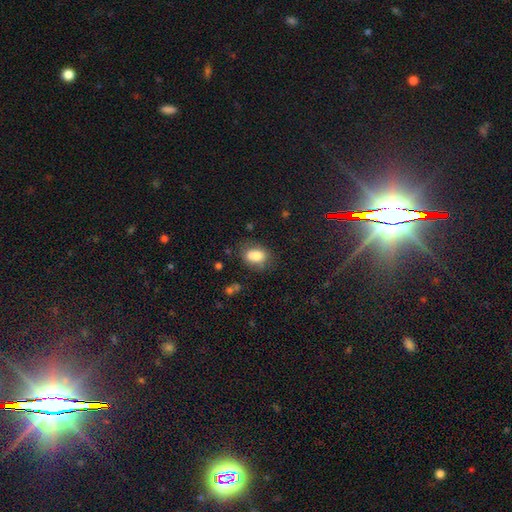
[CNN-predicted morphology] The model was most divided on "how rounded": in between: 69%, round: 29%, cigar-shaped: 1%. More confident: smooth or featured — smooth (78%); merging — none (62%).